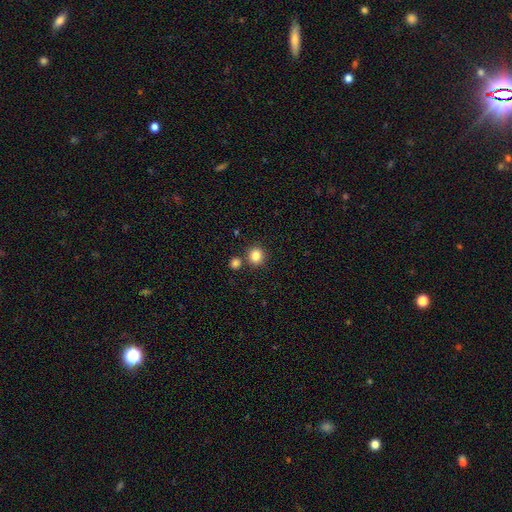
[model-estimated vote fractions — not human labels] Morphology: type=smooth (84%); roundness=round (88%); merging=none (79%).